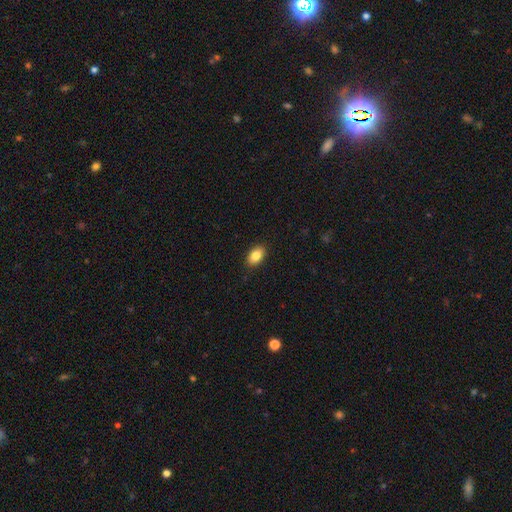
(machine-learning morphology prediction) Q: Smooth or featured?
A: smooth (85%); runner-up: star or artifact (8%)
Q: How rounded?
A: in between (90%); runner-up: round (9%)
Q: Merging?
A: none (89%); runner-up: minor disturbance (8%)